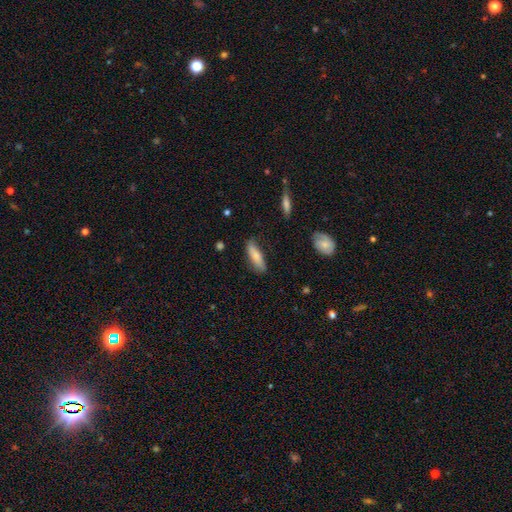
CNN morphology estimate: Smooth or featured?
  - smooth: 79% *
  - featured or disk: 15%
  - star or artifact: 6%
How rounded?
  - cigar-shaped: 57% *
  - in between: 42%
  - round: 2%
Merging?
  - none: 81% *
  - minor disturbance: 14%
  - major disturbance: 3%
  - merger: 2%